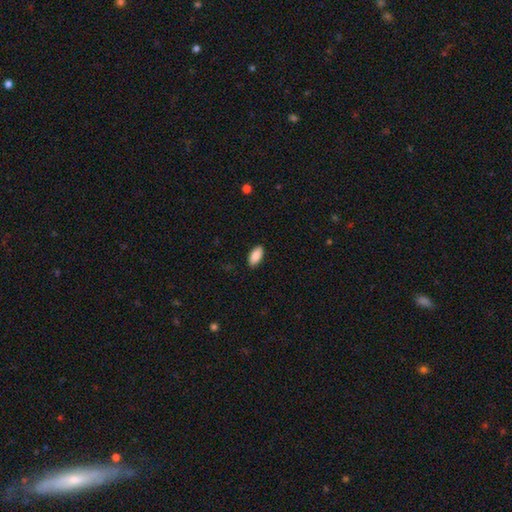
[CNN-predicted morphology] Smooth or featured? smooth (89%)
How rounded? in between (92%)
Merging? none (89%)